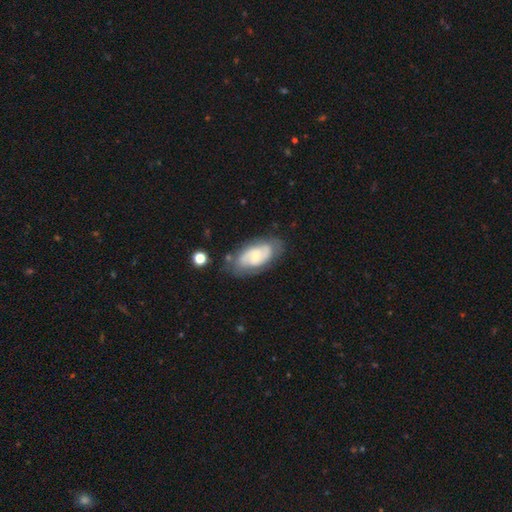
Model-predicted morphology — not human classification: smooth-or-featured: featured or disk: 64% | smooth: 29% | star or artifact: 6%
  disk-edge-on: no: 94% | yes: 6%
    bar: no: 56% | weak: 35% | strong: 9%
    has-spiral-arms: yes: 82% | no: 18%
      spiral-winding: medium: 42% | tight: 41% | loose: 17%
      spiral-arm-count: 2: 65% | can't tell: 24% | 3: 5% | 1: 4% | 4: 2% | more than 4: 1%
    bulge-size: small: 60% | moderate: 34% | large: 3% | none: 3% | dominant: 1%
  merging: none: 68% | minor disturbance: 21% | major disturbance: 7% | merger: 4%